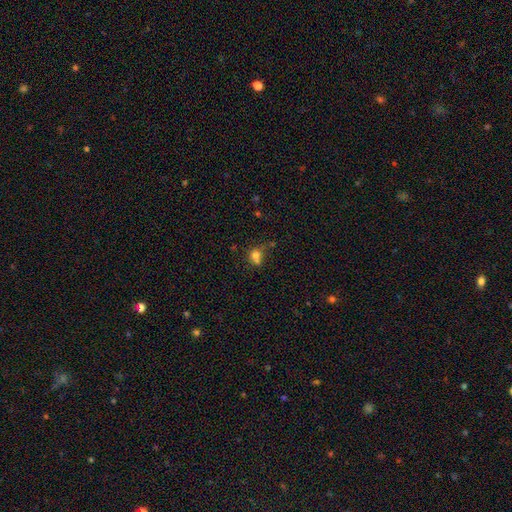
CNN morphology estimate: Overall: smooth (72%). How rounded: round (71%). Merging: none (38%; merger 36%).